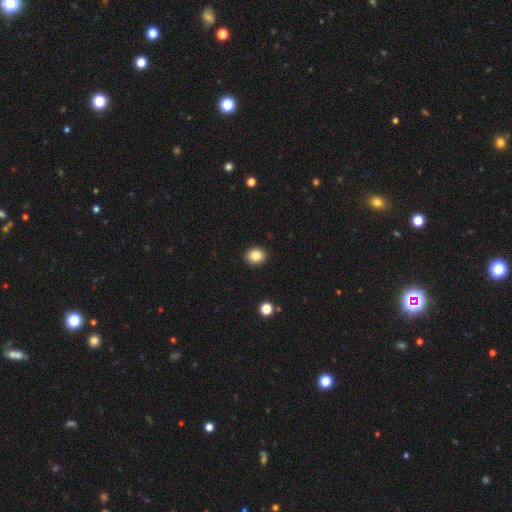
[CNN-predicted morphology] smooth 84%, star or artifact 10%, featured or disk 7%. Down the decision tree: how rounded — round (62%); merging — none (92%).